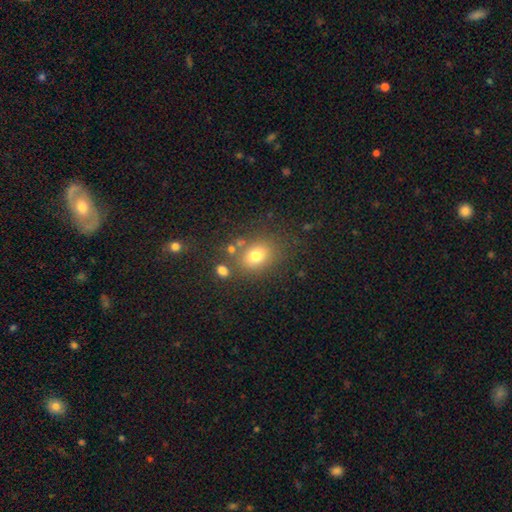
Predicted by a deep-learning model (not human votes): A smooth galaxy with no disk features (75%) that is in between round and cigar-shaped (54%). Merging: none (72%).